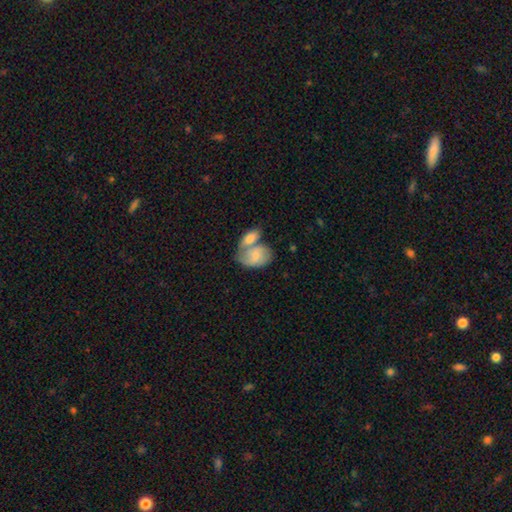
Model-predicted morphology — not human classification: This is likely a smooth galaxy (63%). How rounded: clearly in between (81%). Merging: likely merger (60%).